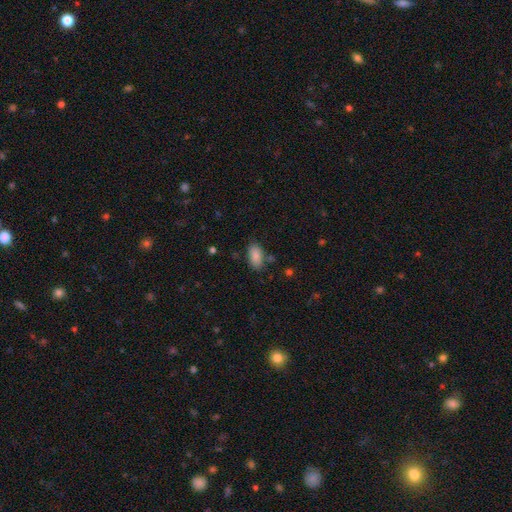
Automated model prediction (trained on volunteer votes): Overall: smooth (88%). How rounded: in between (93%). Merging: none (79%).